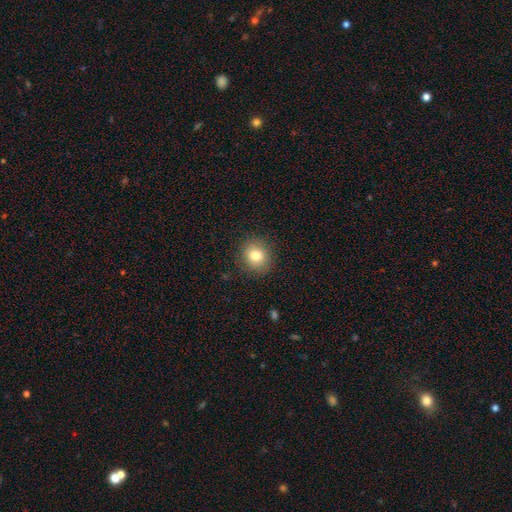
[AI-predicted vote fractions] Q: Smooth or featured?
A: smooth (81%); runner-up: star or artifact (10%)
Q: How rounded?
A: round (81%); runner-up: in between (19%)
Q: Merging?
A: none (89%); runner-up: minor disturbance (8%)